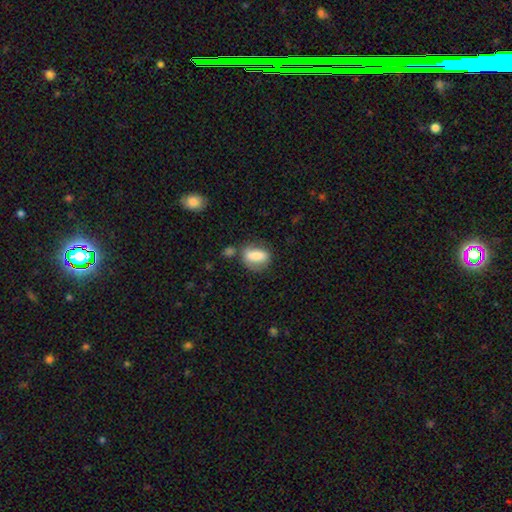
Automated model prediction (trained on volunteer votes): Smooth or featured? smooth (79%)
How rounded? in between (78%)
Merging? none (55%)